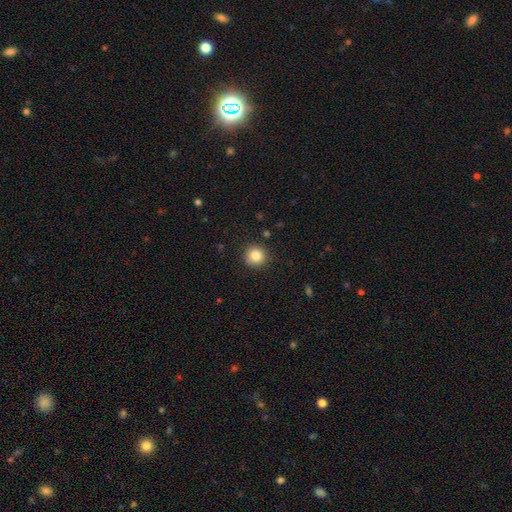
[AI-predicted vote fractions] Smooth or featured? smooth (85%)
How rounded? round (93%)
Merging? none (90%)